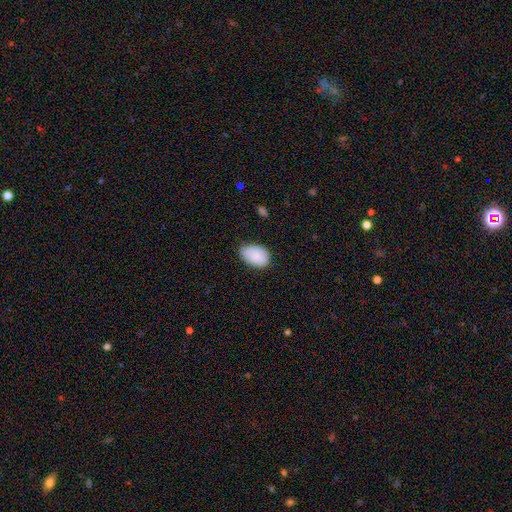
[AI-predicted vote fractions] The model was most divided on "merging": none: 60%, minor disturbance: 33%, major disturbance: 5%, merger: 1%. More confident: how rounded — in between (87%); smooth or featured — smooth (86%).